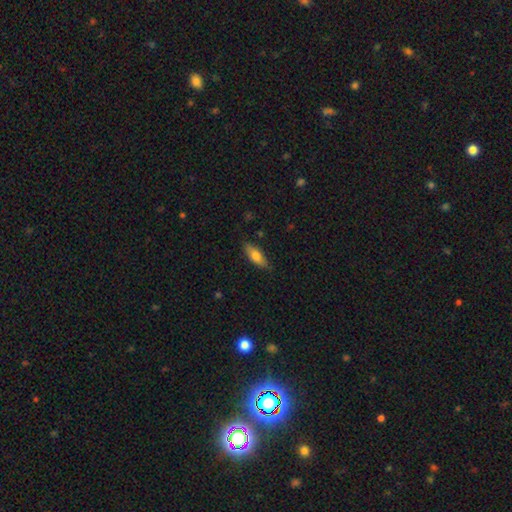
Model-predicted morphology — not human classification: Overall: smooth (72%). How rounded: in between (67%; cigar-shaped 30%). Merging: none (82%).